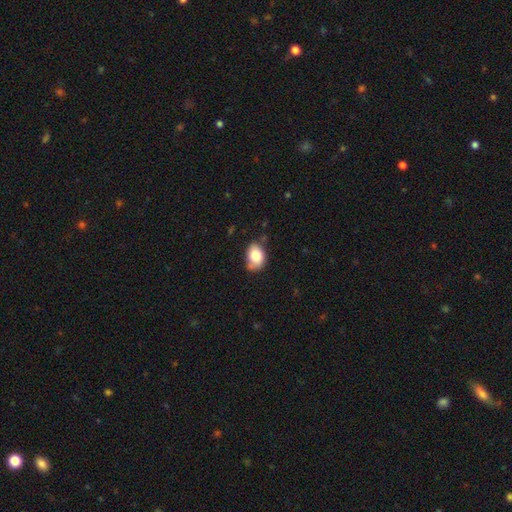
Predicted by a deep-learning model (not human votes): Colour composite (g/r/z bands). It shows a smooth galaxy with no disk features (80%) that is in between round and cigar-shaped (77%). Merging: none (62%).